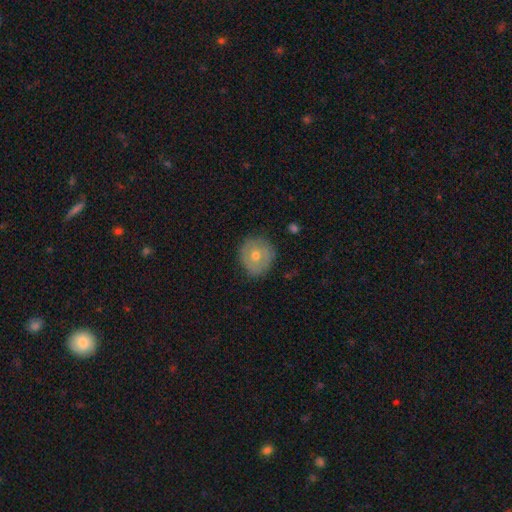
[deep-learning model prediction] A smooth galaxy with no disk features (53%) that is round (90%). Merging: none (83%).